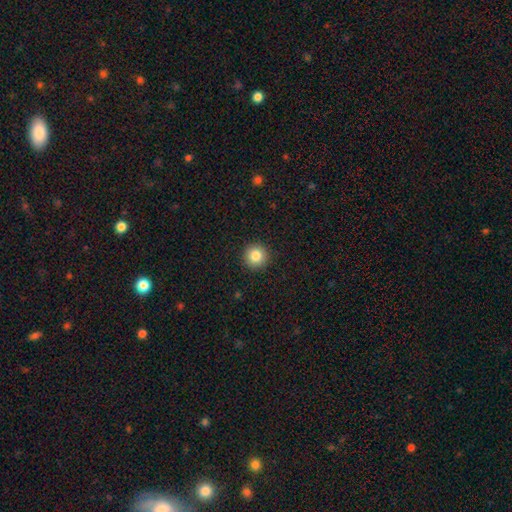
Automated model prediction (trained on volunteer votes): smooth_or_featured: smooth (p=0.84) [alt: star or artifact p=0.10]
how_rounded: round (p=0.95) [alt: in between p=0.04]
merging: none (p=0.93) [alt: minor disturbance p=0.05]